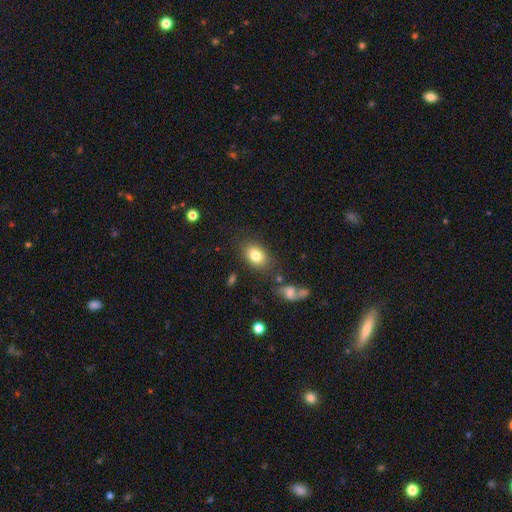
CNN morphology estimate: smooth_or_featured: smooth (p=0.80) [alt: featured or disk p=0.11]
how_rounded: in between (p=0.79) [alt: round p=0.20]
merging: none (p=0.79) [alt: minor disturbance p=0.13]